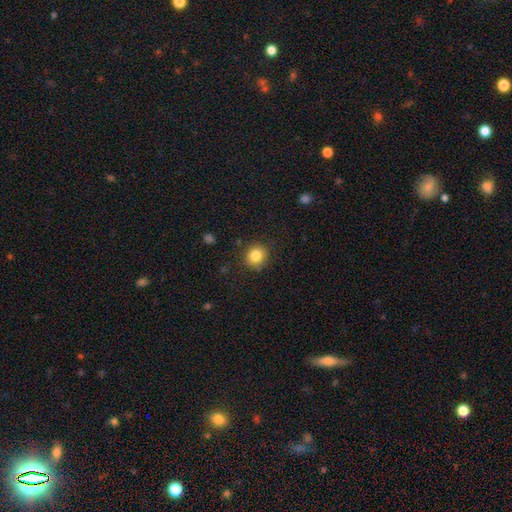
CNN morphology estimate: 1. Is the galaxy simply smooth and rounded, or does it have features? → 83% smooth, 10% star or artifact, 6% featured or disk.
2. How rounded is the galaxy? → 84% round, 15% in between, 1% cigar-shaped.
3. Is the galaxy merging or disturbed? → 86% none, 9% minor disturbance, 3% major disturbance, 1% merger.